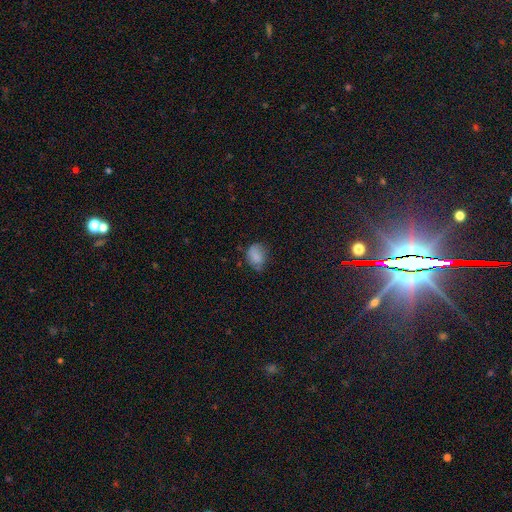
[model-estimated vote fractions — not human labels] Smooth or featured?
  - smooth: 80% *
  - star or artifact: 11%
  - featured or disk: 9%
How rounded?
  - in between: 61% *
  - round: 38%
  - cigar-shaped: 1%
Merging?
  - none: 57% *
  - minor disturbance: 31%
  - major disturbance: 9%
  - merger: 3%